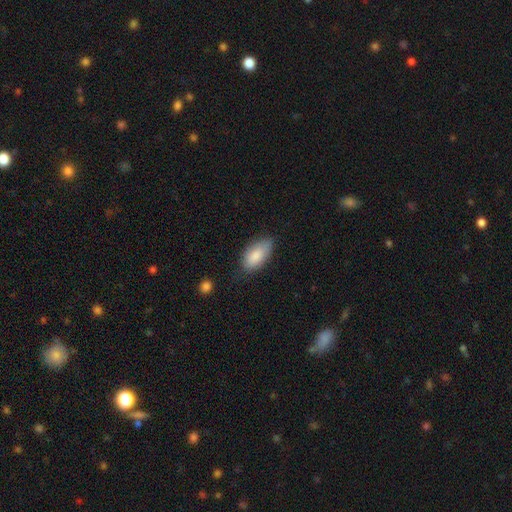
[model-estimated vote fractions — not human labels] This appears to be a smooth galaxy with no disk features (86%) that is in between round and cigar-shaped (93%). Merging: none (71%).